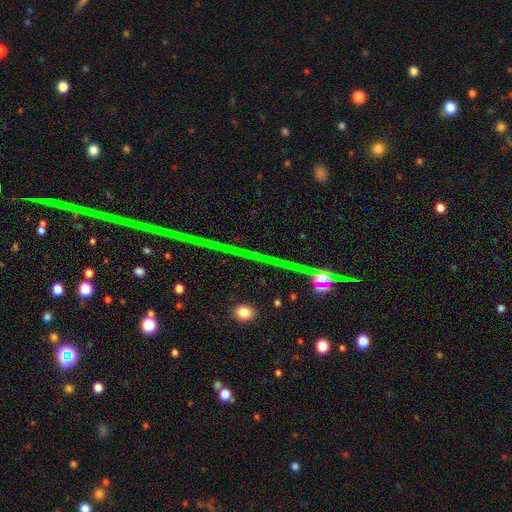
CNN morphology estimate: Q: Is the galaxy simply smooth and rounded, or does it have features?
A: star or artifact — 74%.